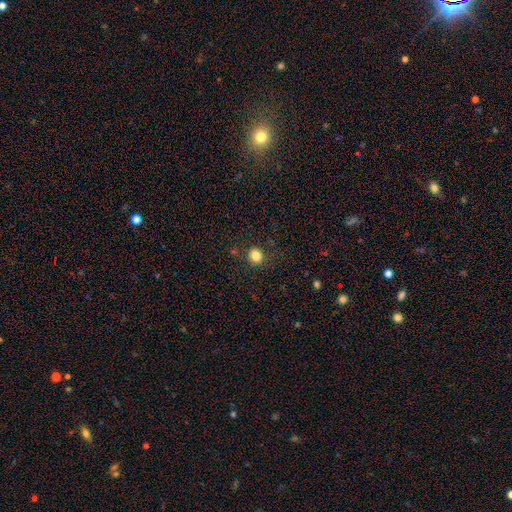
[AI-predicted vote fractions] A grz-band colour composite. It shows a smooth galaxy with no disk features (83%) that is round (74%). Merging: none (84%).